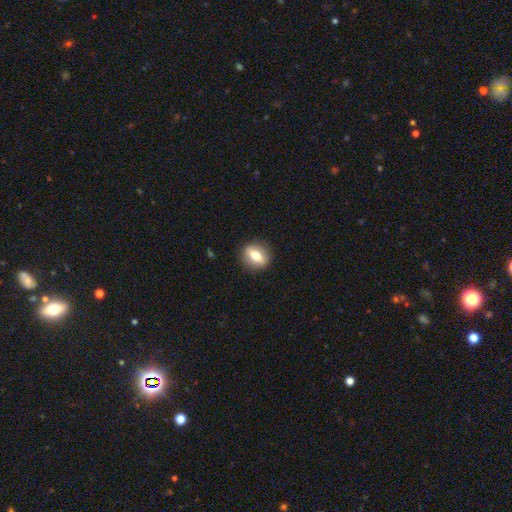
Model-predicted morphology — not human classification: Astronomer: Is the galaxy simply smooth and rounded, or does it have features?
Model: smooth — 59%.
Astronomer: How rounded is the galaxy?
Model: in between — 49% (runner-up: round, 45%).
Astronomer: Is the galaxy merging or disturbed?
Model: none — 88%.